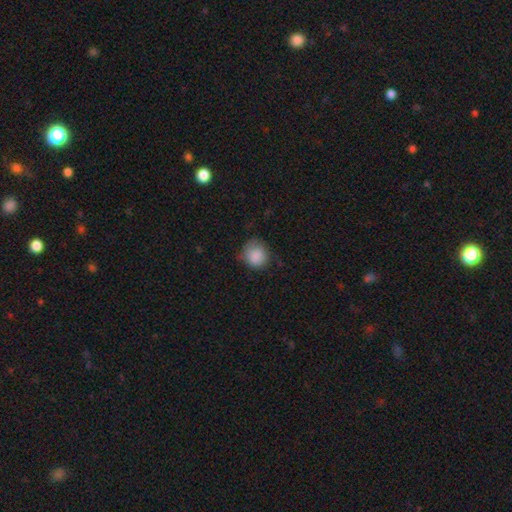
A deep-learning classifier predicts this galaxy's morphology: This appears to be a smooth galaxy with no disk features (86%) that is round (82%). Merging: none (60%).